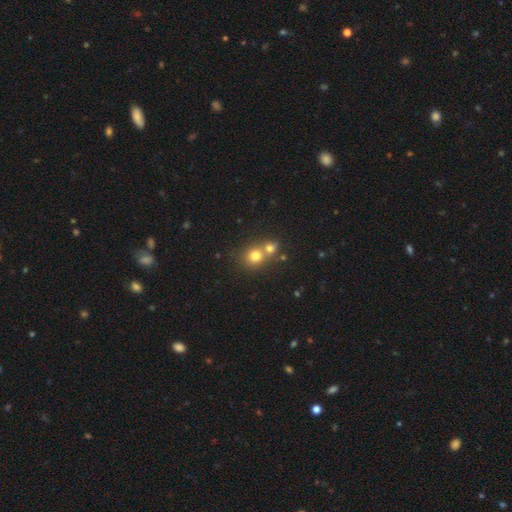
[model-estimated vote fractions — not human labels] smooth 76%, star or artifact 14%, featured or disk 11%. Down the decision tree: how rounded — round (83%); merging — merger (50%).